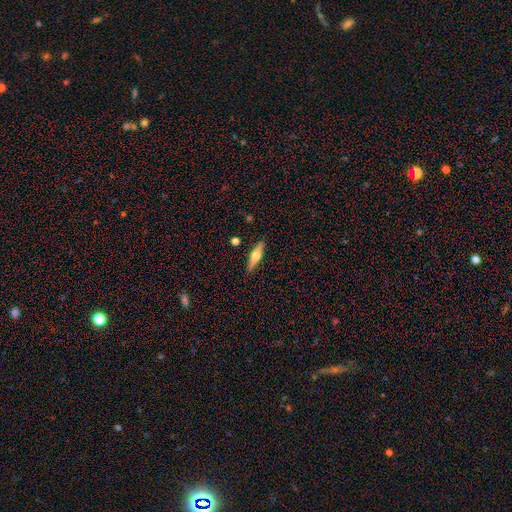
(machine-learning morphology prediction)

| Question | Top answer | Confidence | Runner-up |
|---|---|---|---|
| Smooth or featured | featured or disk | 55% | smooth (39%) |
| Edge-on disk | yes | 93% | no (7%) |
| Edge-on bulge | rounded | 95% | none (3%) |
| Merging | none | 89% | minor disturbance (8%) |